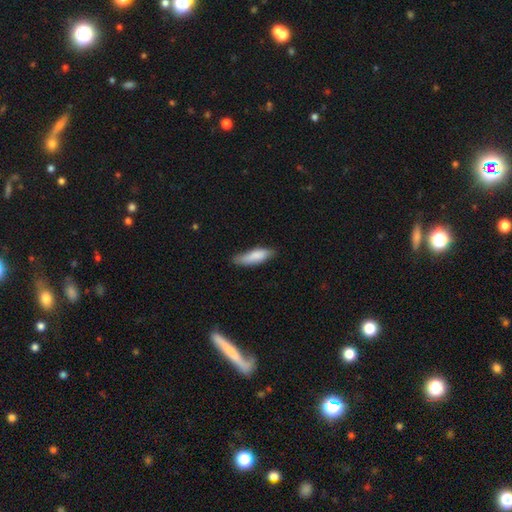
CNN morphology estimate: Smooth or featured? smooth (82%)
How rounded? cigar-shaped (54%)
Merging? none (69%)